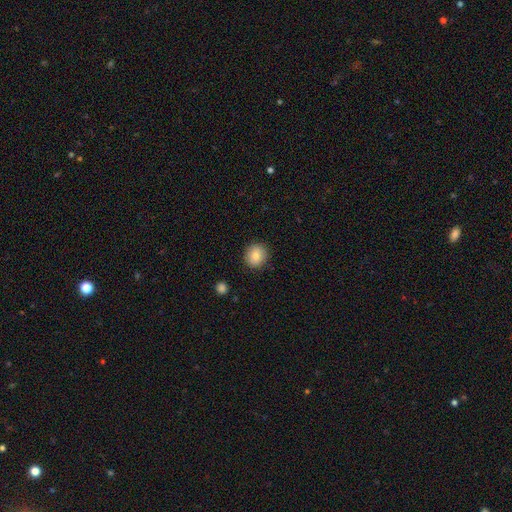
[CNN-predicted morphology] The model was most divided on "smooth or featured": smooth: 83%, star or artifact: 9%, featured or disk: 9%. More confident: merging — none (89%); how rounded — round (87%).